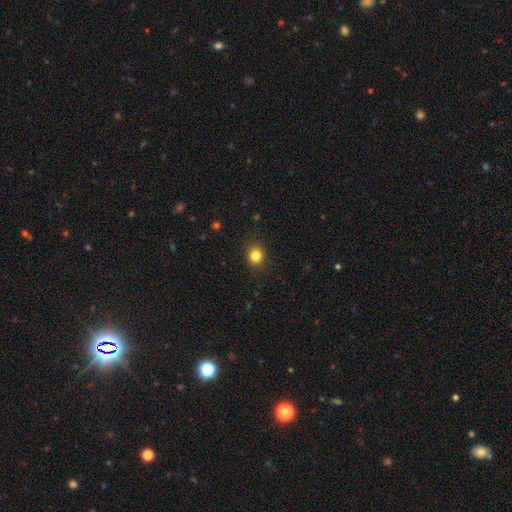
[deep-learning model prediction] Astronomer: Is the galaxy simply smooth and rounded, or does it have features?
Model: smooth — 83%.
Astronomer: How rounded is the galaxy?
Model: round — 75%.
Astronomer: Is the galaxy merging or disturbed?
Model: none — 88%.